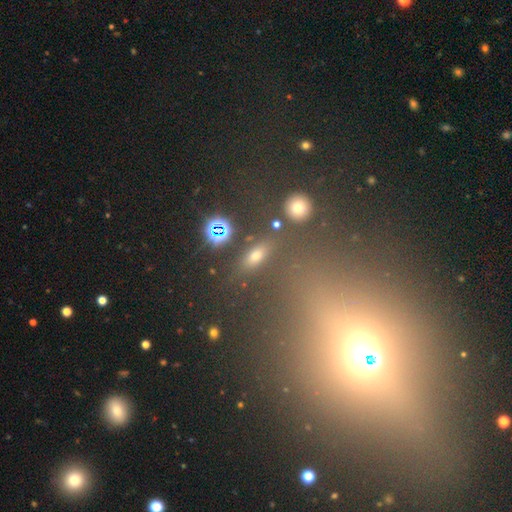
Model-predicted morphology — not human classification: Overall: smooth (43%; star or artifact 40%). Merging: none (78%).